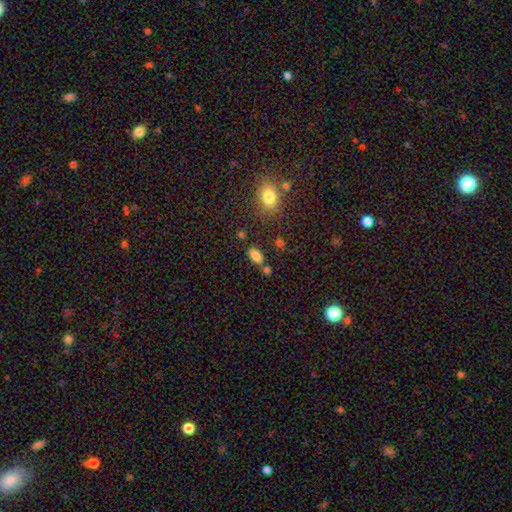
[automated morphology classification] Q: Smooth or featured?
A: smooth (83%); runner-up: star or artifact (10%)
Q: How rounded?
A: in between (89%); runner-up: round (6%)
Q: Merging?
A: none (68%); runner-up: merger (15%)